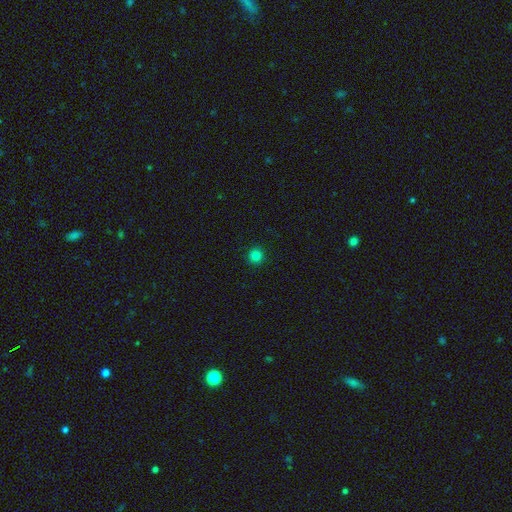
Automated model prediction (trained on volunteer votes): Smooth or featured: smooth — 82% (star or artifact — 14%)
How rounded: round — 95% (in between — 4%)
Merging: none — 93% (minor disturbance — 4%)